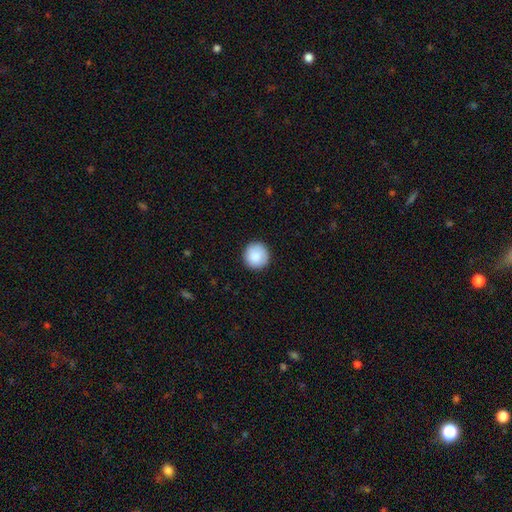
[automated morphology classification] Smooth or featured? Predicted: smooth (p=0.89). How rounded? Predicted: round (p=0.95). Merging? Predicted: none (p=0.91).